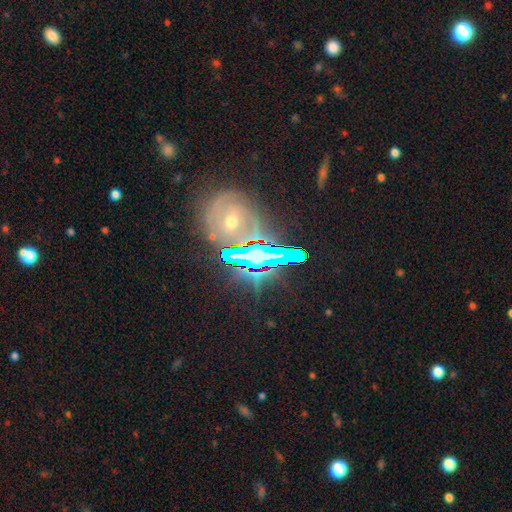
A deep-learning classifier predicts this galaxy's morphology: Smooth or featured? star or artifact (58%)